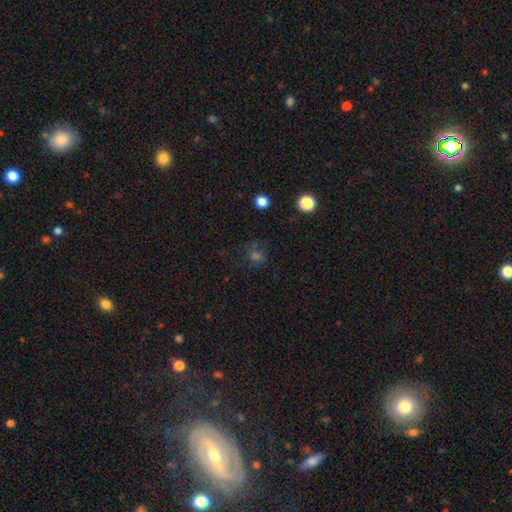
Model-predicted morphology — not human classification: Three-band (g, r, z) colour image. It shows a smooth galaxy with no disk features (50%) that is round (77%). Merging: none (65%).